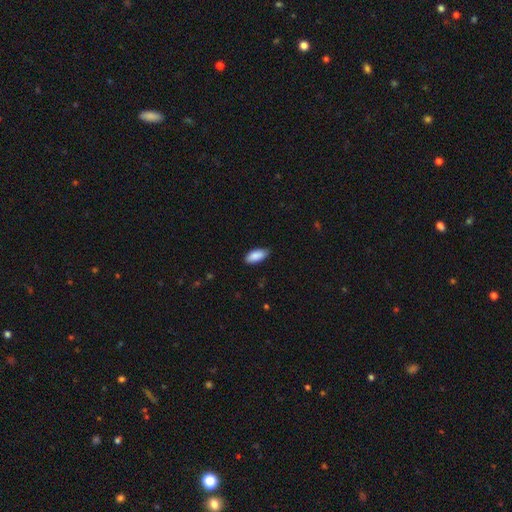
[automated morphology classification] The model was most divided on "merging": none: 84%, minor disturbance: 13%, major disturbance: 2%, merger: 1%. More confident: how rounded — in between (90%); smooth or featured — smooth (89%).